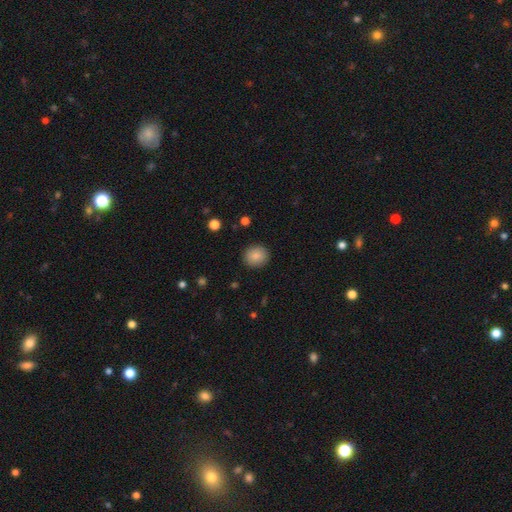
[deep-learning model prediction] A smooth galaxy with no disk features (87%) that is round (81%). Merging: none (90%).